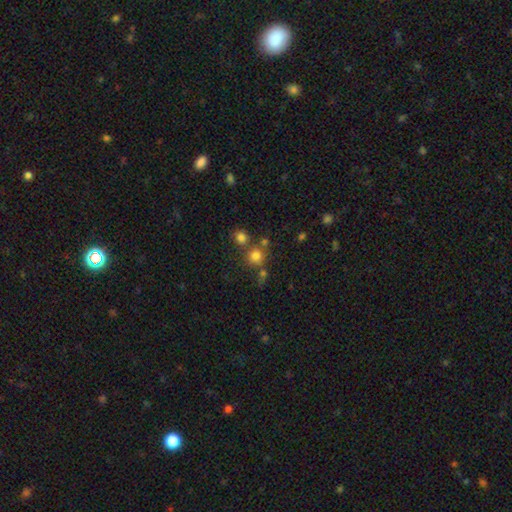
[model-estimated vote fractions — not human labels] smooth-or-featured: smooth: 73% | star or artifact: 18% | featured or disk: 9%
  how-rounded: round: 89% | in between: 10% | cigar-shaped: 1%
  merging: none: 62% | merger: 24% | minor disturbance: 9% | major disturbance: 5%